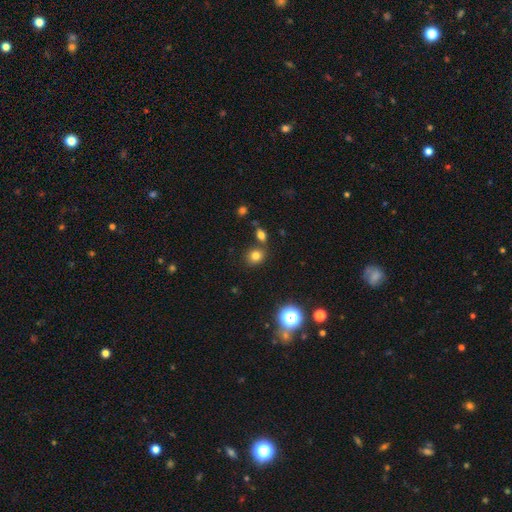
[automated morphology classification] Overall: smooth (77%). How rounded: round (73%). Merging: none (73%).